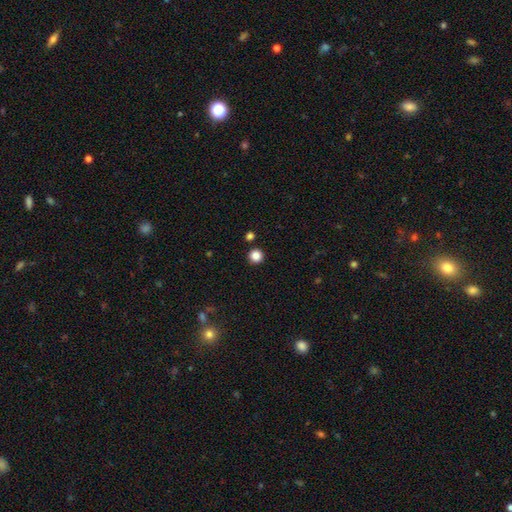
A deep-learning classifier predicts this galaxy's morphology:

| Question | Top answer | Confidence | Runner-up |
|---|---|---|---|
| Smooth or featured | smooth | 85% | star or artifact (11%) |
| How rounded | round | 95% | in between (4%) |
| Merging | none | 91% | minor disturbance (5%) |